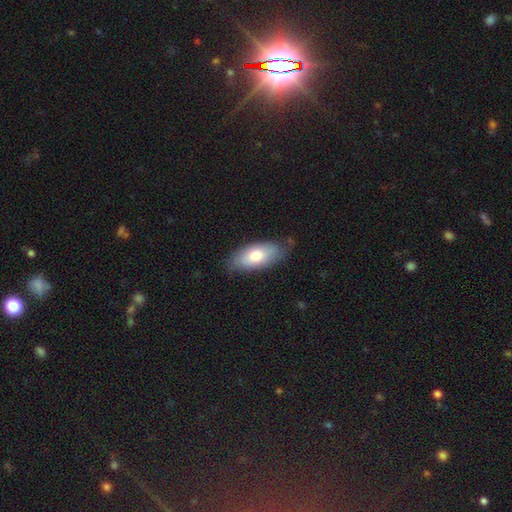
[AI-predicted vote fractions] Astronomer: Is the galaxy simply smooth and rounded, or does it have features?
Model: smooth — 73%.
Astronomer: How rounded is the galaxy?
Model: in between — 87%.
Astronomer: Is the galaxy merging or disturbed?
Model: none — 75%.